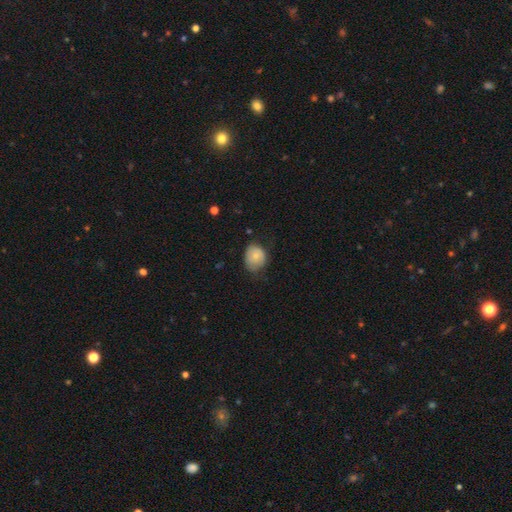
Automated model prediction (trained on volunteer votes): Q: Smooth or featured?
A: smooth (76%); runner-up: featured or disk (16%)
Q: How rounded?
A: round (58%); runner-up: in between (41%)
Q: Merging?
A: none (51%); runner-up: minor disturbance (38%)